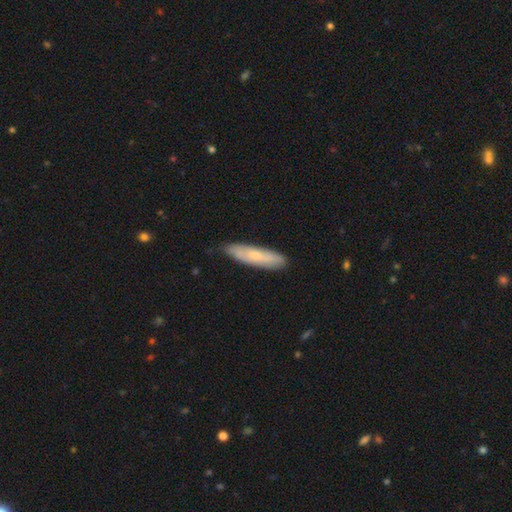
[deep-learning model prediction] This is likely a smooth galaxy (64%). How rounded: likely cigar-shaped (76%). Merging: clearly none (82%).